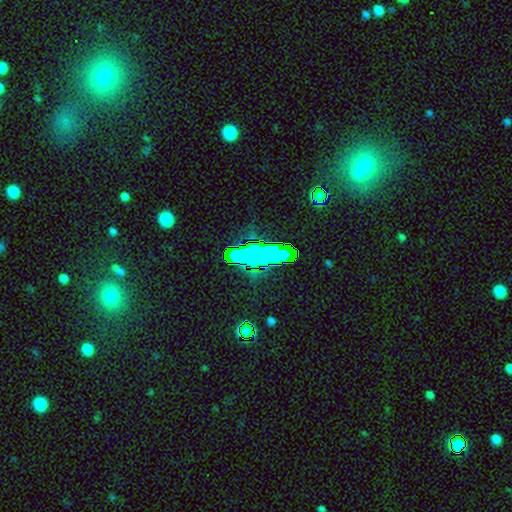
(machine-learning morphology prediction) smooth-or-featured: star or artifact: 55% | smooth: 32% | featured or disk: 13%